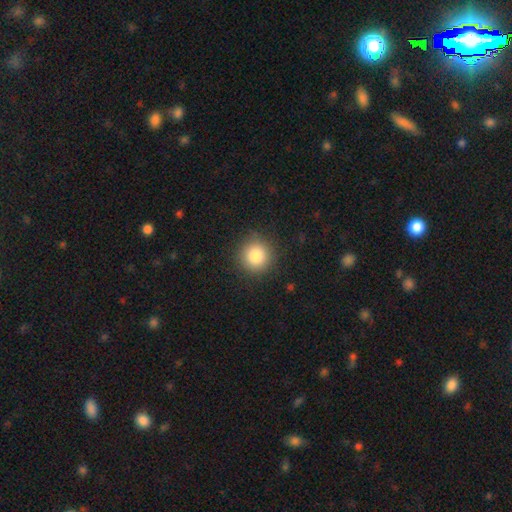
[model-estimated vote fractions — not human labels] Smooth or featured?
  - smooth: 83% *
  - star or artifact: 10%
  - featured or disk: 7%
How rounded?
  - round: 93% *
  - in between: 6%
  - cigar-shaped: 1%
Merging?
  - none: 88% *
  - minor disturbance: 8%
  - major disturbance: 3%
  - merger: 1%